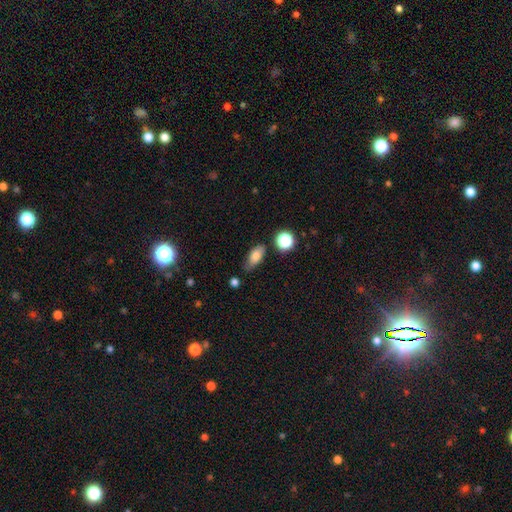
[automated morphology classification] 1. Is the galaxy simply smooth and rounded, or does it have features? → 79% smooth, 11% featured or disk, 10% star or artifact.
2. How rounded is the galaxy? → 81% in between, 11% cigar-shaped, 7% round.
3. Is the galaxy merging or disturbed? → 66% none, 24% minor disturbance, 5% major disturbance, 5% merger.